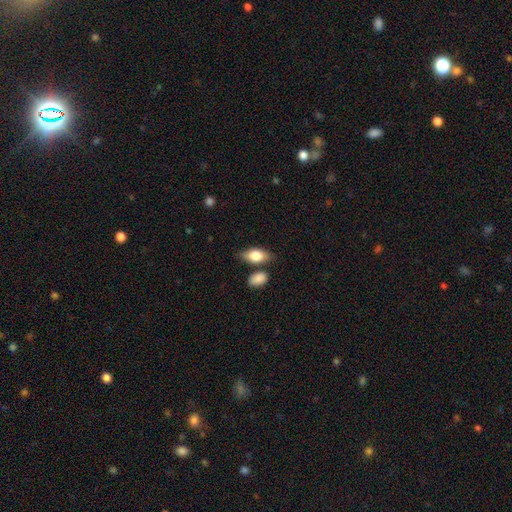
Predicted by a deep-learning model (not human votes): Morphology: type=smooth (78%); roundness=in between (88%); merging=none (71%).